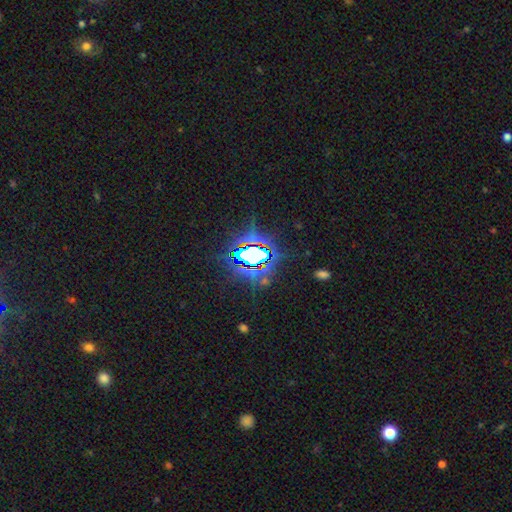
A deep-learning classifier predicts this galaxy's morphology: smooth-or-featured: star or artifact: 77% | smooth: 13% | featured or disk: 10%